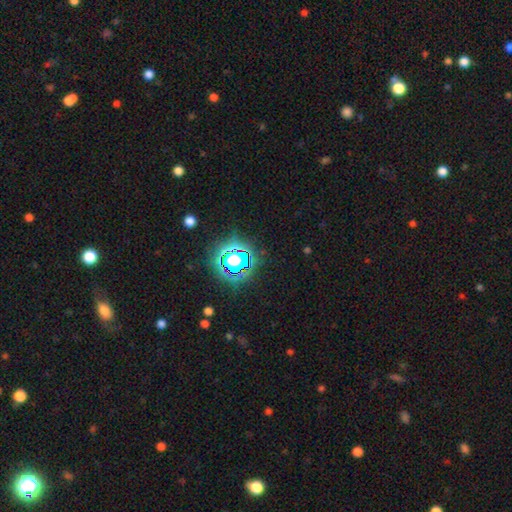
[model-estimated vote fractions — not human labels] Smooth or featured: star or artifact — 81% (smooth — 12%)